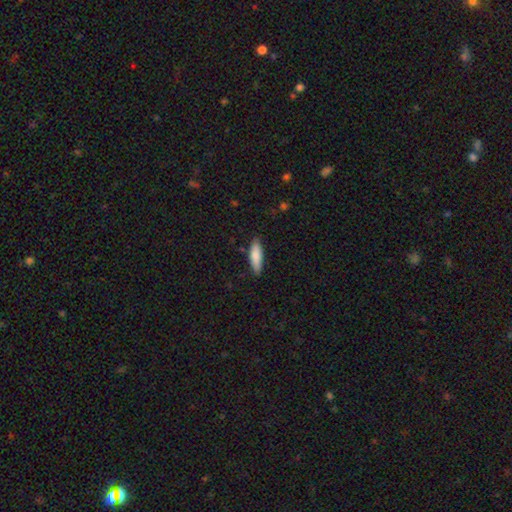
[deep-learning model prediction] Smooth or featured? smooth (83%)
How rounded? cigar-shaped (52%)
Merging? none (85%)